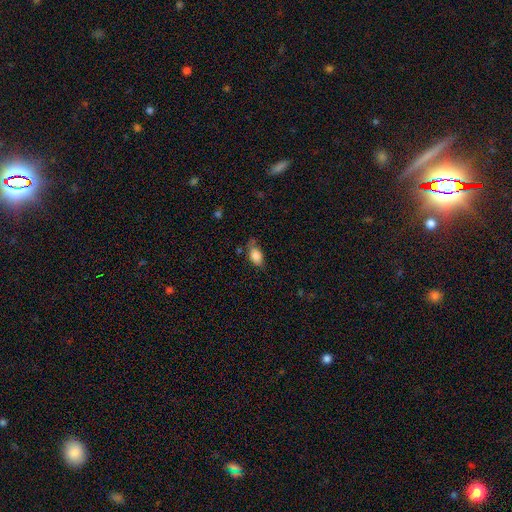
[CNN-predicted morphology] Q: Smooth or featured?
A: smooth (84%); runner-up: featured or disk (9%)
Q: How rounded?
A: in between (89%); runner-up: round (7%)
Q: Merging?
A: none (54%); runner-up: minor disturbance (33%)